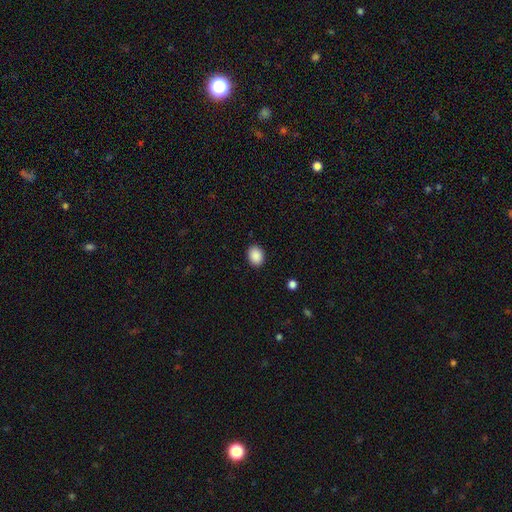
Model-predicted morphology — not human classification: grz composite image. It shows a smooth galaxy with no disk features (89%) that is in between round and cigar-shaped (58%). Merging: none (90%).